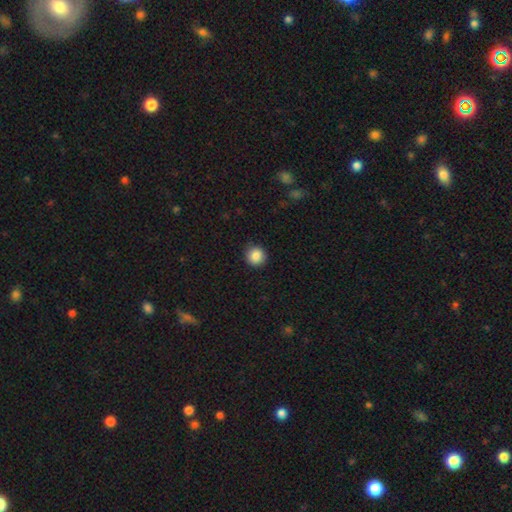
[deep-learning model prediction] smooth-or-featured: smooth: 87% | star or artifact: 9% | featured or disk: 4%
  how-rounded: round: 92% | in between: 7% | cigar-shaped: 1%
  merging: none: 89% | minor disturbance: 8% | major disturbance: 2% | merger: 1%